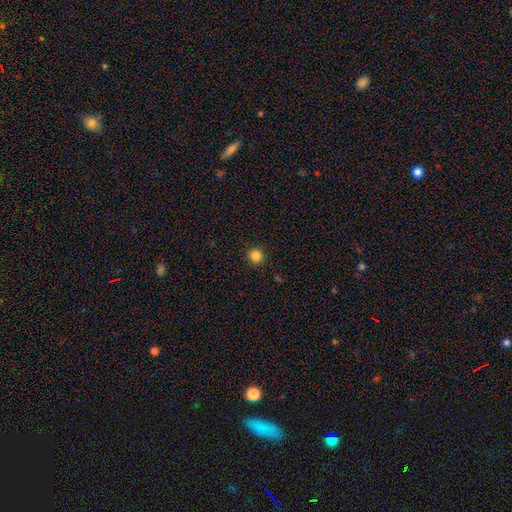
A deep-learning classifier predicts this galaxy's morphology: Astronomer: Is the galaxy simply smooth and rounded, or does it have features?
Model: smooth — 84%.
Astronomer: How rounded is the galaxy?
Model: round — 94%.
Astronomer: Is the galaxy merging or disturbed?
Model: none — 91%.